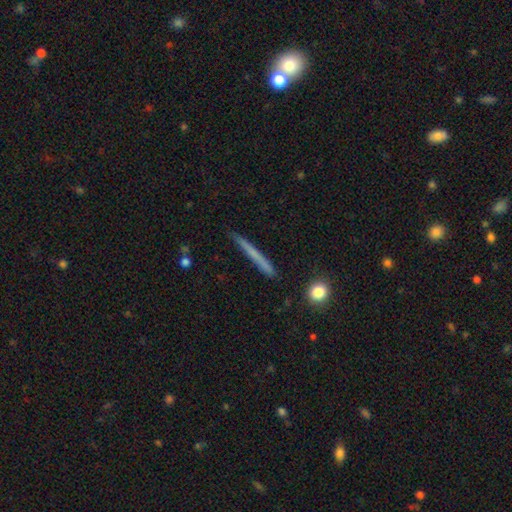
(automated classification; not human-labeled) smooth-or-featured: smooth: 57% | featured or disk: 37% | star or artifact: 7%
  how-rounded: cigar-shaped: 96% | round: 2% | in between: 2%
  merging: none: 88% | minor disturbance: 9% | major disturbance: 2% | merger: 1%